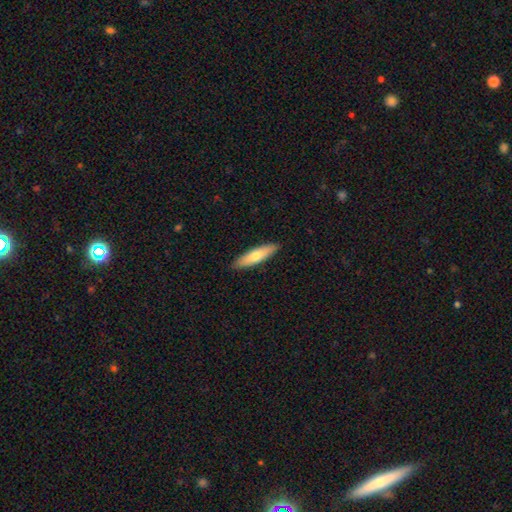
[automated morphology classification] Overall: smooth (67%; featured or disk 28%). How rounded: cigar-shaped (68%; in between 30%). Merging: none (90%).